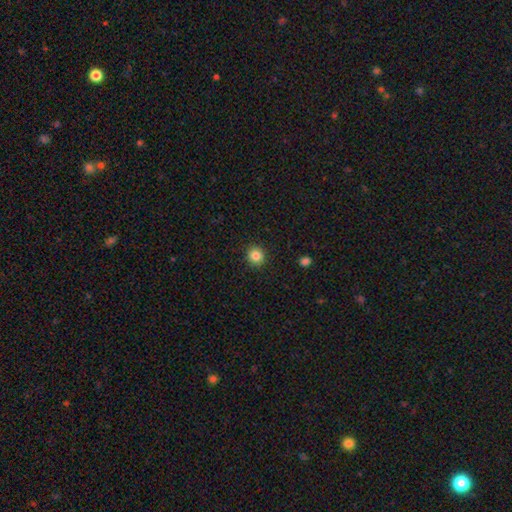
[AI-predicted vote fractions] Smooth or featured? Predicted: smooth (p=0.84). How rounded? Predicted: round (p=0.92). Merging? Predicted: none (p=0.91).